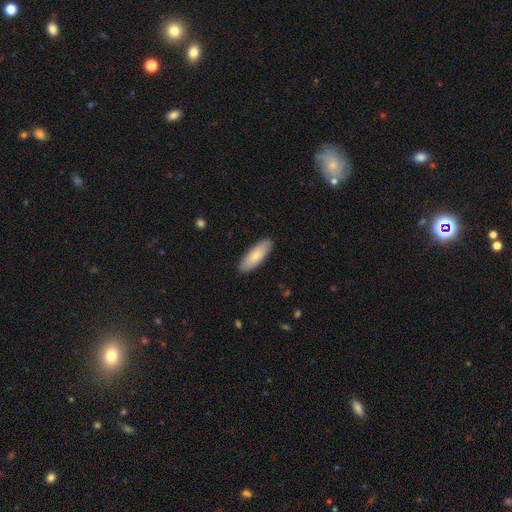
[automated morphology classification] This is likely a smooth galaxy (79%). How rounded: likely in between (61%). Merging: clearly none (89%).